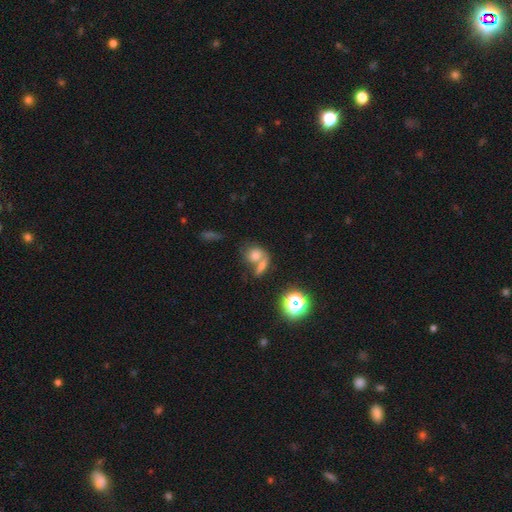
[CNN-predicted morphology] smooth_or_featured: smooth (p=0.67) [alt: star or artifact p=0.17]
how_rounded: round (p=0.52) [alt: in between p=0.43]
merging: merger (p=0.55) [alt: none p=0.31]